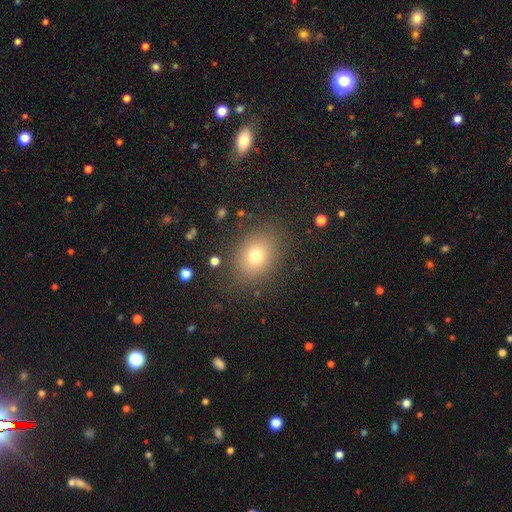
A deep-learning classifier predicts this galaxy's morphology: Smooth or featured?
  - smooth: 73% *
  - star or artifact: 15%
  - featured or disk: 12%
How rounded?
  - in between: 55% *
  - round: 44%
  - cigar-shaped: 1%
Merging?
  - none: 84% *
  - minor disturbance: 10%
  - major disturbance: 4%
  - merger: 2%